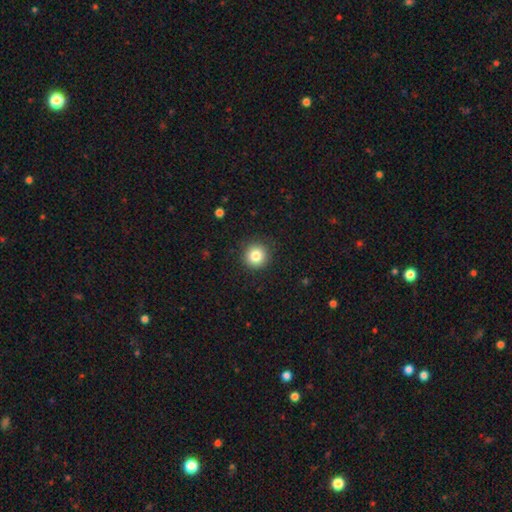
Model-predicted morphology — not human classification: A smooth galaxy with no disk features (84%) that is round (95%).

Vote fractions:
- Smooth or featured? smooth: 84% / star or artifact: 10% / featured or disk: 6%
- How rounded? round: 95% / in between: 4% / cigar-shaped: 1%
- Merging? none: 91% / minor disturbance: 6% / major disturbance: 2% / merger: 1%